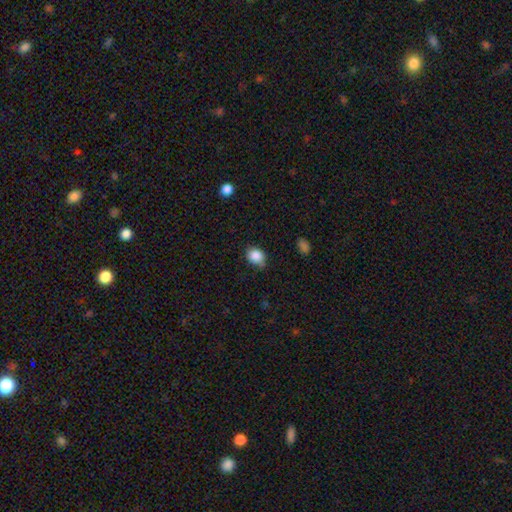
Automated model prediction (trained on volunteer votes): Q: Smooth or featured?
A: smooth (87%); runner-up: star or artifact (9%)
Q: How rounded?
A: in between (50%); runner-up: round (49%)
Q: Merging?
A: none (68%); runner-up: minor disturbance (26%)